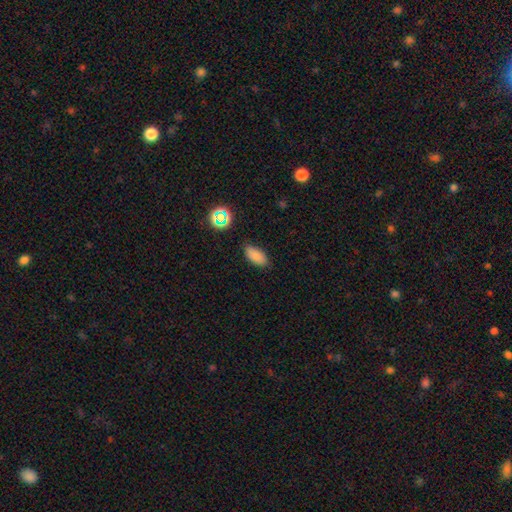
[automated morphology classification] type=smooth (83%); roundness=in between (90%); merging=none (84%).